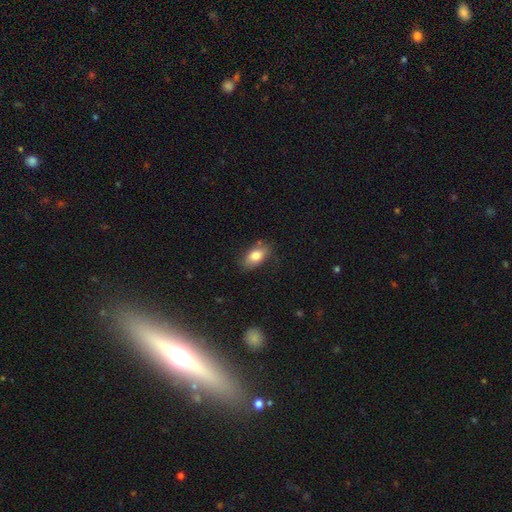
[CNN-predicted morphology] A smooth galaxy with no disk features (80%) that is in between round and cigar-shaped (89%). Merging: none (73%).